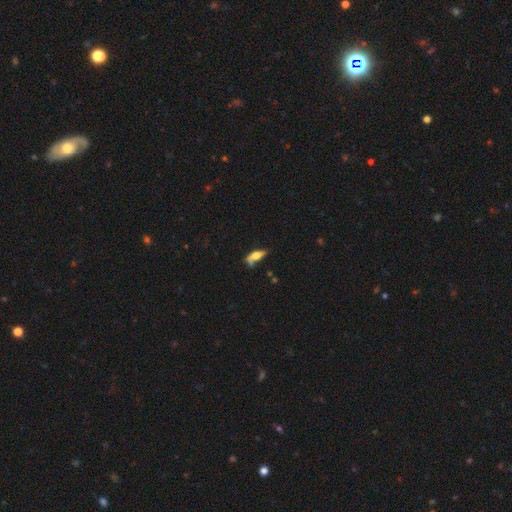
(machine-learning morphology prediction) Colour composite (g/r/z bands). It shows a smooth galaxy with no disk features (52%) that is in between round and cigar-shaped (57%). Merging: none (43%).